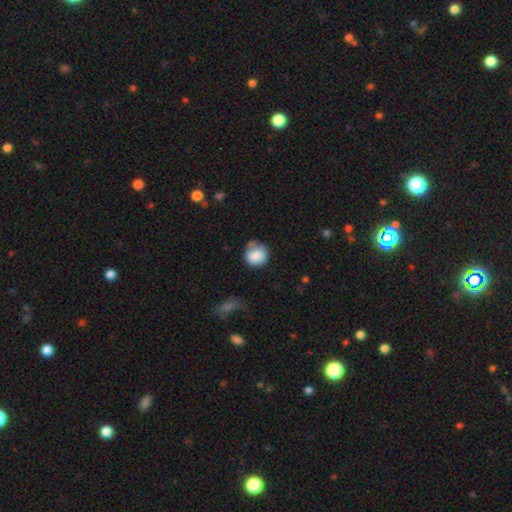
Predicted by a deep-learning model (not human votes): Smooth or featured?
  - smooth: 84% *
  - featured or disk: 9%
  - star or artifact: 8%
How rounded?
  - round: 86% *
  - in between: 13%
  - cigar-shaped: 1%
Merging?
  - none: 60% *
  - minor disturbance: 27%
  - major disturbance: 8%
  - merger: 5%